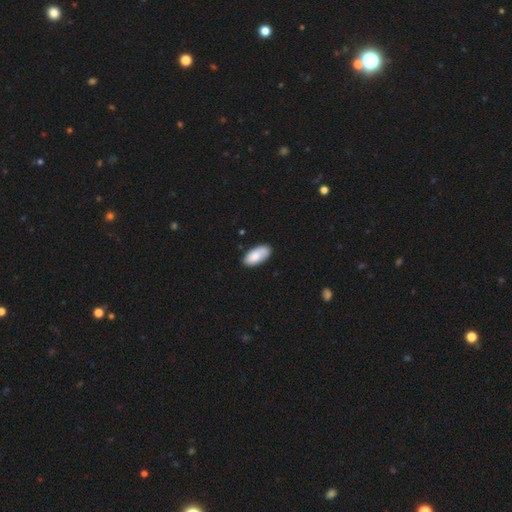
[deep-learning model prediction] Overall: smooth (83%). How rounded: in between (92%). Merging: none (79%).